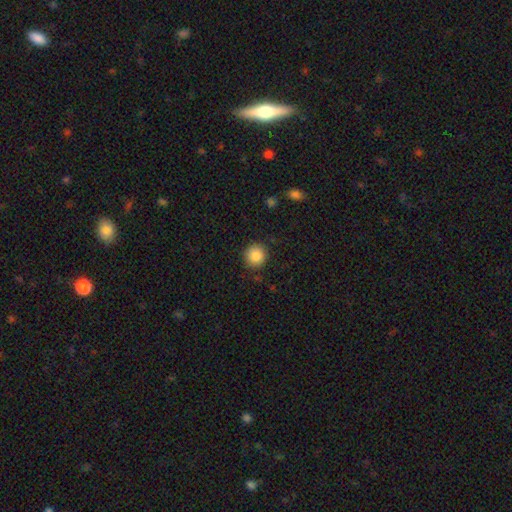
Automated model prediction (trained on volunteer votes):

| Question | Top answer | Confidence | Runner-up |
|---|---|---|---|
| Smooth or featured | smooth | 88% | star or artifact (9%) |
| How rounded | round | 94% | in between (5%) |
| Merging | none | 89% | minor disturbance (7%) |